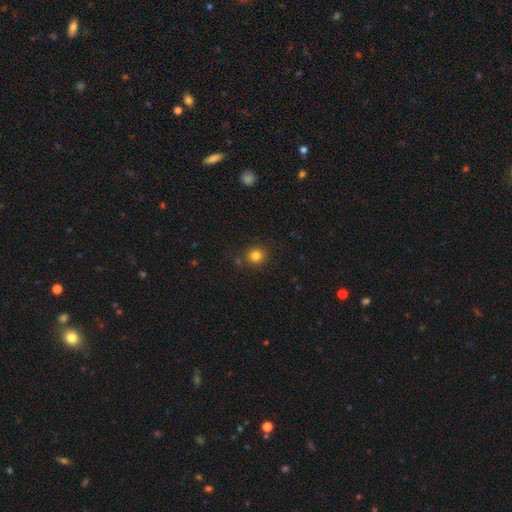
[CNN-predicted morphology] This is clearly a smooth galaxy (81%). How rounded: clearly round (88%). Merging: clearly none (83%).